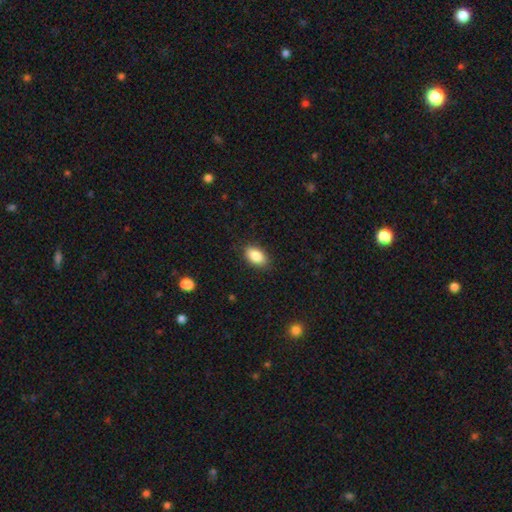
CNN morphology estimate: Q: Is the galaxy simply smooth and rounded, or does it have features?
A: smooth — 86%.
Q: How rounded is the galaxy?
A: in between — 92%.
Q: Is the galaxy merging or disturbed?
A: none — 88%.